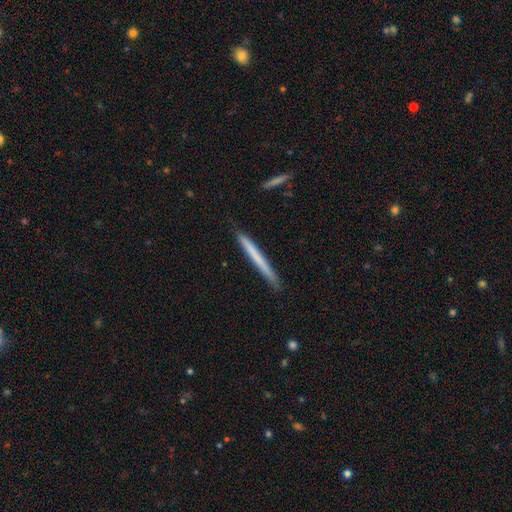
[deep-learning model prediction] Overall: smooth (61%; featured or disk 33%). How rounded: cigar-shaped (97%). Merging: none (88%).